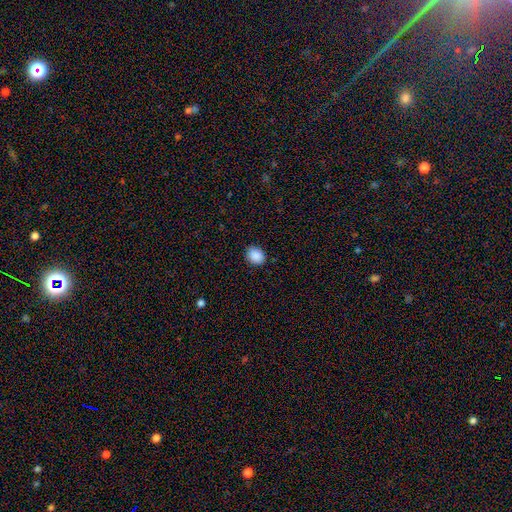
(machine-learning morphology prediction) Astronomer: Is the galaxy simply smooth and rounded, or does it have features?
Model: smooth — 89%.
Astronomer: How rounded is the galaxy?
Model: round — 58% (runner-up: in between, 42%).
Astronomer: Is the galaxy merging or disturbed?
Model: none — 88%.